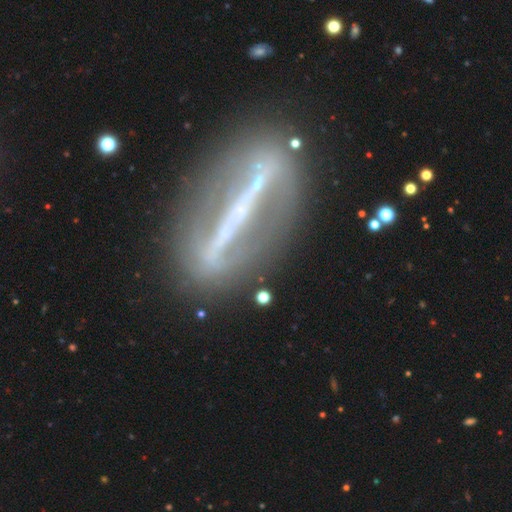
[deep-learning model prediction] Smooth or featured? featured or disk (75%)
Edge-on disk? yes (53%)
Merging? none (79%)